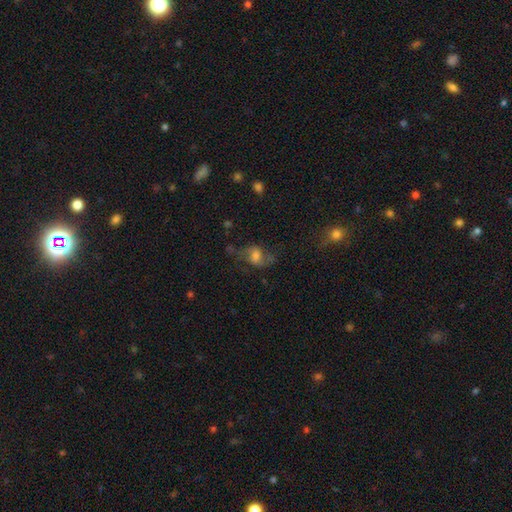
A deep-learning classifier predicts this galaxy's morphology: Smooth or featured: featured or disk — 47% (smooth — 40%)
Merging: none — 48% (major disturbance — 25%)